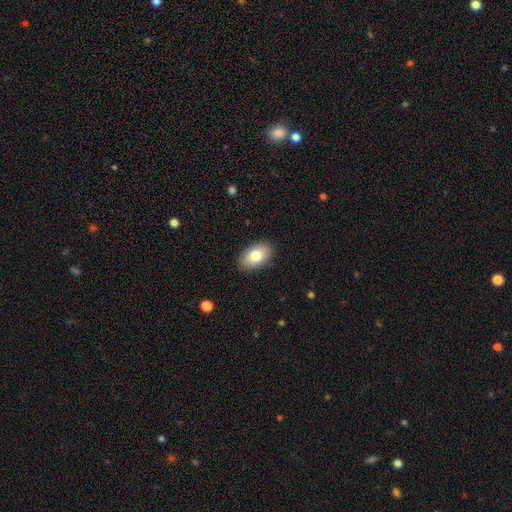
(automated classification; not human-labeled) Smooth or featured? Predicted: smooth (p=0.82). How rounded? Predicted: in between (p=0.92). Merging? Predicted: none (p=0.88).